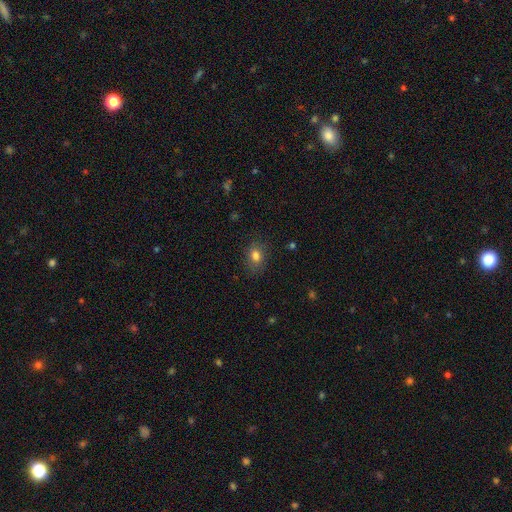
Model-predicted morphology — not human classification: Overall: smooth (80%). How rounded: in between (68%; round 30%). Merging: none (81%).